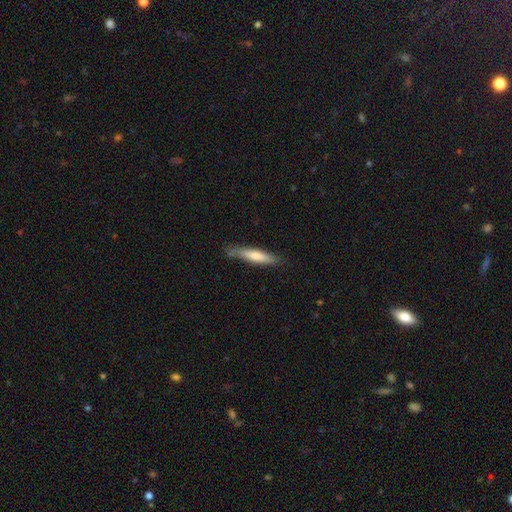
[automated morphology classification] A smooth galaxy with no disk features (63%) that is cigar-shaped (87%). Merging: none (78%).